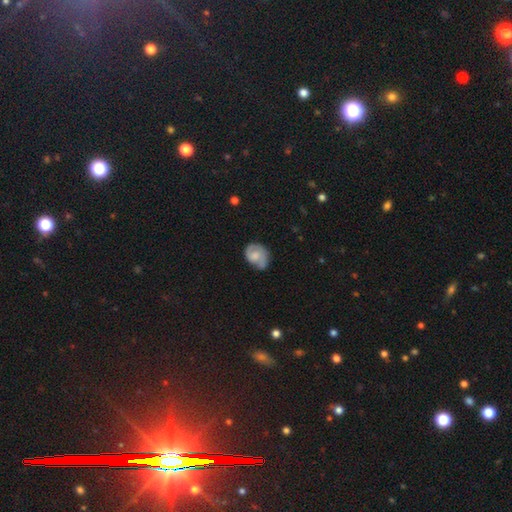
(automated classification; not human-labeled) featured or disk 50%, smooth 43%, star or artifact 7%. Down the decision tree: merging — none (50%).